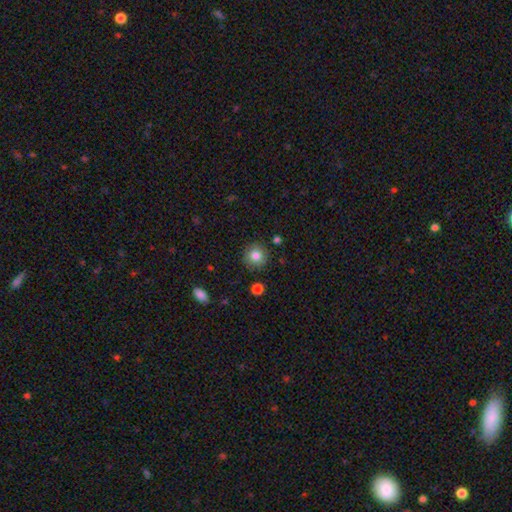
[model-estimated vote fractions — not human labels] smooth_or_featured: smooth (p=0.82) [alt: star or artifact p=0.10]
how_rounded: round (p=0.93) [alt: in between p=0.06]
merging: none (p=0.88) [alt: minor disturbance p=0.08]